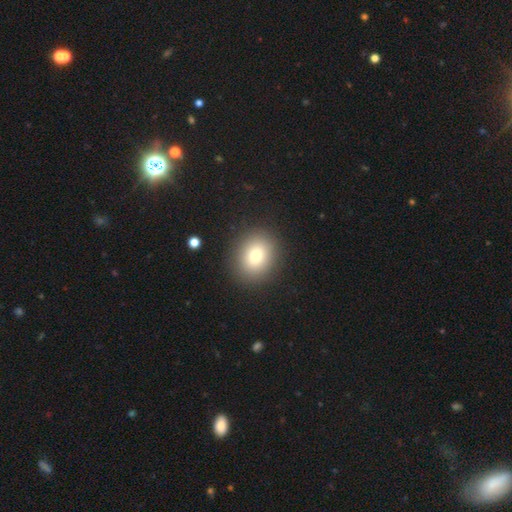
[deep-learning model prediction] A smooth galaxy with no disk features (79%) that is round (66%). Merging: none (89%).